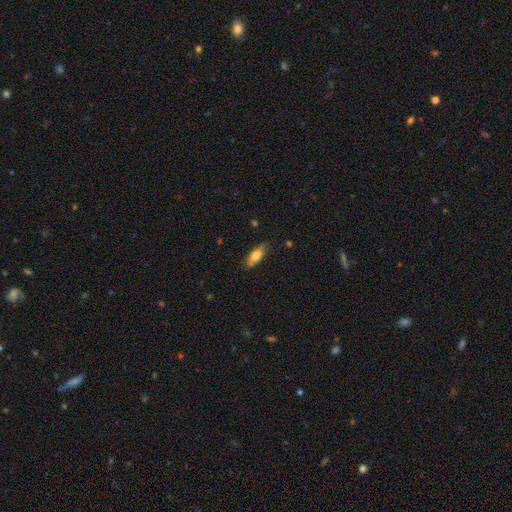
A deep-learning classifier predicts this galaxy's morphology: Smooth or featured: smooth — 69% (featured or disk — 24%)
How rounded: in between — 68% (cigar-shaped — 29%)
Merging: none — 82% (minor disturbance — 15%)